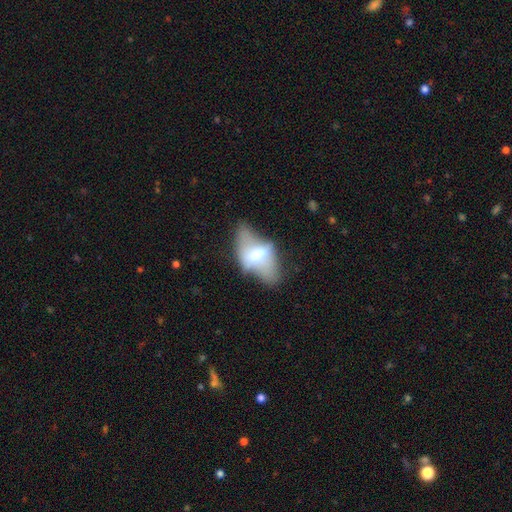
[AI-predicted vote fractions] Smooth or featured? featured or disk (47%)
Merging? none (35%)